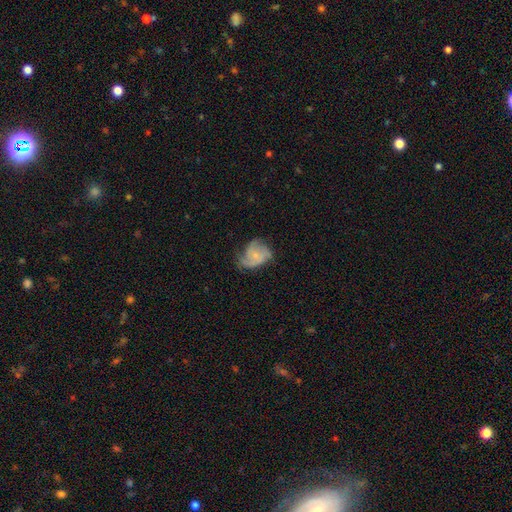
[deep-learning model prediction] Morphology: type=featured or disk (62%); edge-on=no (98%); bar=no (75%); spiral arms=yes (85%); winding=medium (44%); arm count=3 (32%); bulge=small (68%); merging=none (42%).